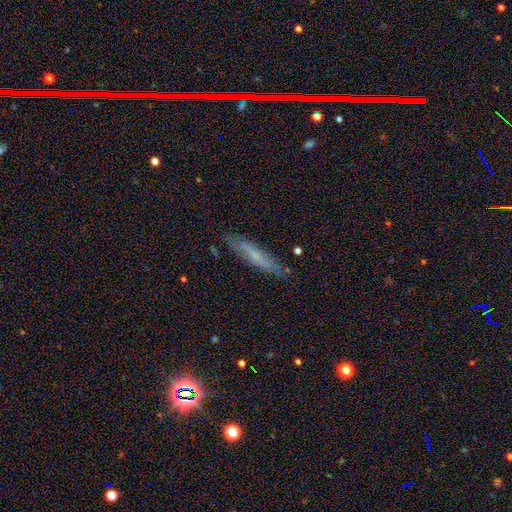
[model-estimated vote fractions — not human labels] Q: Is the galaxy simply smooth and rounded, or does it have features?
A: smooth — 50%.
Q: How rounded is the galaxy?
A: cigar-shaped — 87%.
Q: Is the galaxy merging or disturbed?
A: none — 81%.